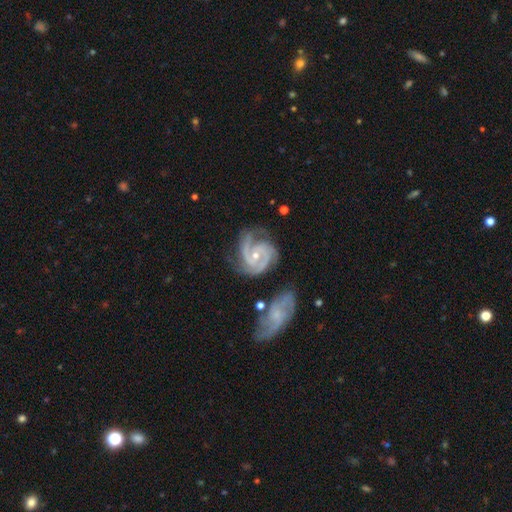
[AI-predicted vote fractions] A featured or disk galaxy (92%) with no bar (59%), 3 (44%) tight (50%) spiral arms (98%) and a small central bulge (54%).

Vote fractions:
- Smooth or featured? featured or disk: 92% / smooth: 4% / star or artifact: 4%
- Edge-on disk? no: 98% / yes: 2%
- Bar? no: 59% / weak: 31% / strong: 10%
- Spiral arms? yes: 98% / no: 2%
- Spiral winding? tight: 50% / medium: 43% / loose: 6%
- Spiral arm count? 3: 44% / 2: 39% / can't tell: 6% / 4: 4% / 1: 4% / more than 4: 3%
- Bulge size? small: 54% / moderate: 44% / large: 1% / none: 1% / dominant: 1%
- Merging? none: 62% / minor disturbance: 23% / major disturbance: 10% / merger: 5%